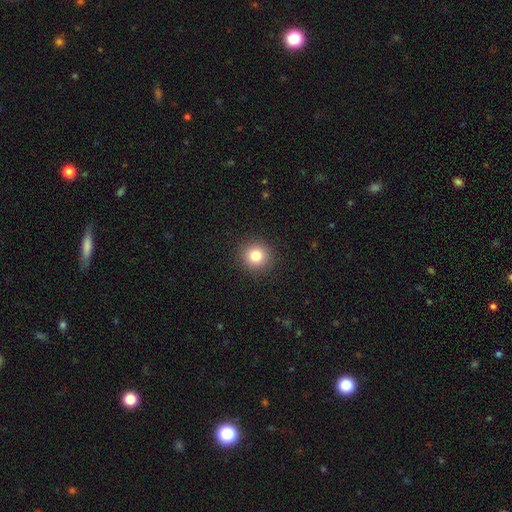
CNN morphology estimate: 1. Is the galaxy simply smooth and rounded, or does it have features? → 82% smooth, 11% star or artifact, 6% featured or disk.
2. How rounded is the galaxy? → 93% round, 6% in between, 1% cigar-shaped.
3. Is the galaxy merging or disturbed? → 92% none, 5% minor disturbance, 2% major disturbance, 1% merger.